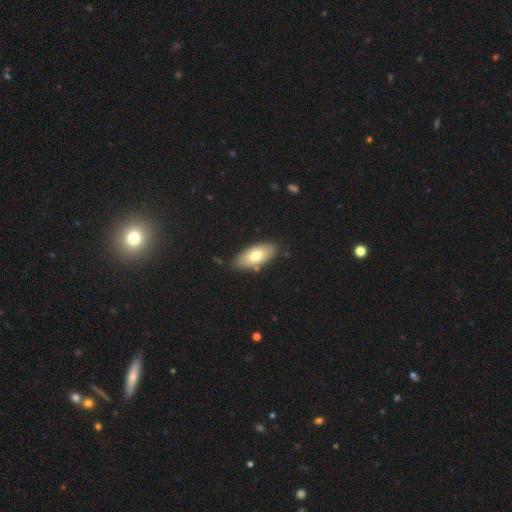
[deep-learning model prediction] smooth-or-featured: smooth: 71% | featured or disk: 23% | star or artifact: 6%
  how-rounded: in between: 87% | cigar-shaped: 10% | round: 3%
  merging: none: 82% | minor disturbance: 12% | merger: 3% | major disturbance: 3%